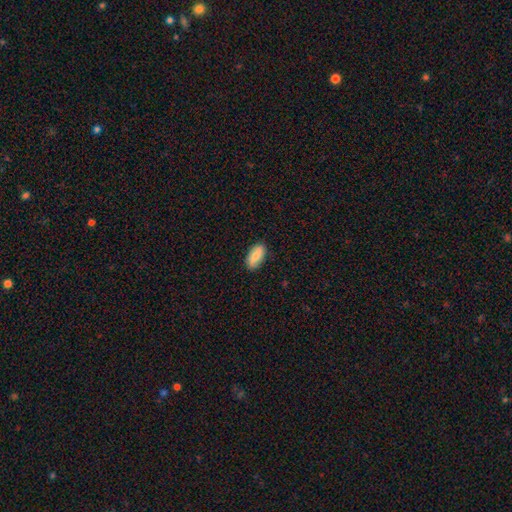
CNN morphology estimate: smooth_or_featured: smooth (p=0.78) [alt: featured or disk p=0.15]
how_rounded: in between (p=0.89) [alt: cigar-shaped p=0.08]
merging: none (p=0.86) [alt: minor disturbance p=0.11]